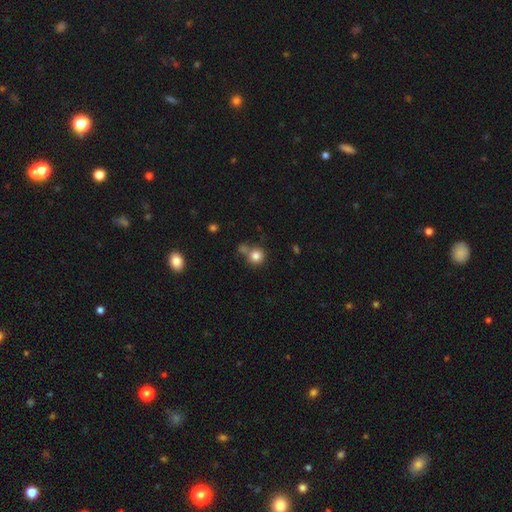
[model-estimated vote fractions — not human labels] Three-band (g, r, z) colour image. It shows a smooth galaxy with no disk features (82%) that is round (90%). Merging: none (59%).